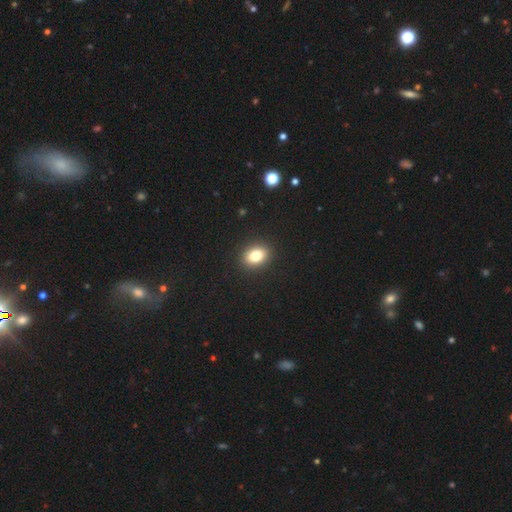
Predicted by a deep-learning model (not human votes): A smooth galaxy with no disk features (81%) that is in between round and cigar-shaped (63%).

Vote fractions:
- Smooth or featured? smooth: 81% / star or artifact: 11% / featured or disk: 8%
- How rounded? in between: 63% / round: 36% / cigar-shaped: 1%
- Merging? none: 91% / minor disturbance: 6% / major disturbance: 2% / merger: 1%